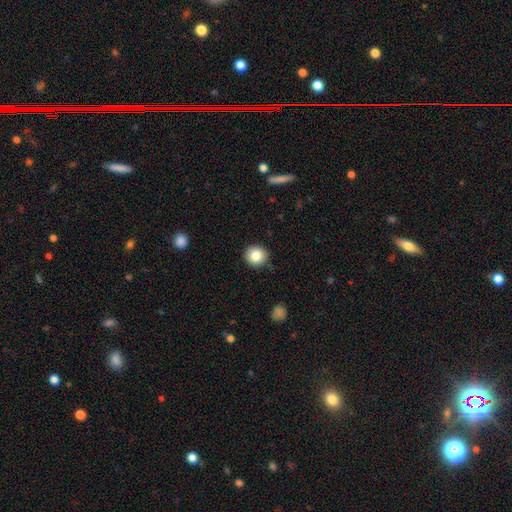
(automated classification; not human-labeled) smooth_or_featured: smooth (p=0.84) [alt: star or artifact p=0.09]
how_rounded: round (p=0.91) [alt: in between p=0.08]
merging: none (p=0.88) [alt: minor disturbance p=0.09]